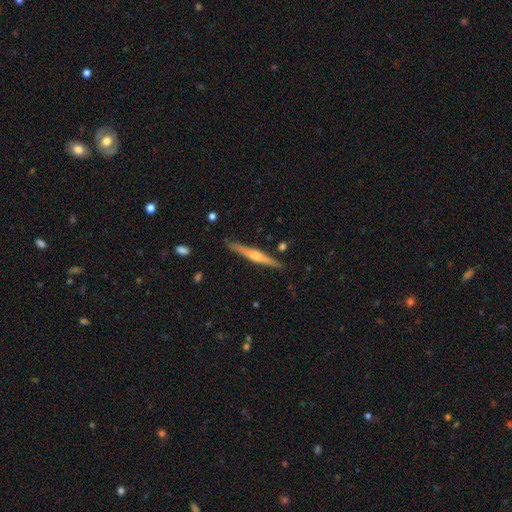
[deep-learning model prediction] featured or disk 70%, smooth 24%, star or artifact 6%. Down the decision tree: edge-on disk — yes (98%); edge-on bulge — rounded (82%); merging — none (88%).